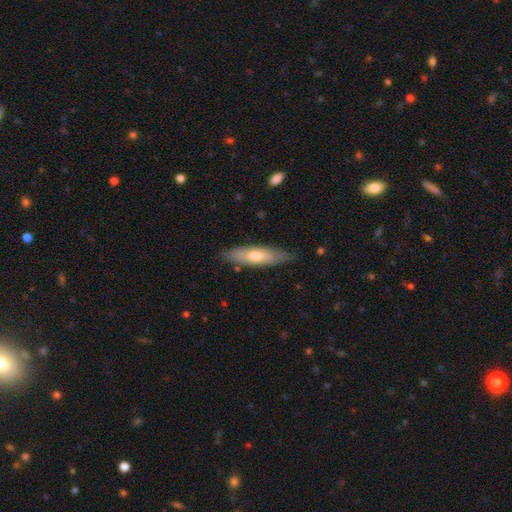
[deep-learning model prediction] A smooth galaxy with no disk features (58%) that is cigar-shaped (56%). Merging: none (80%).